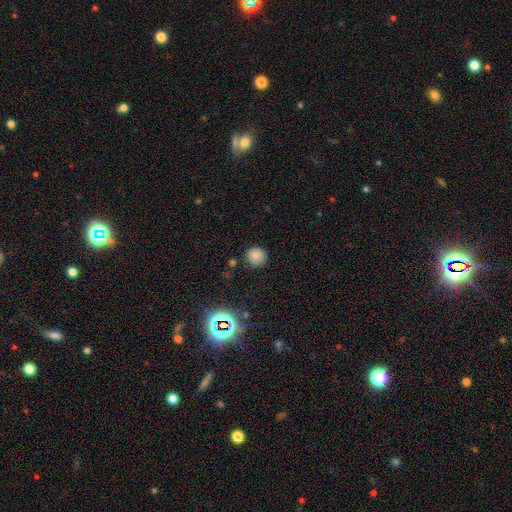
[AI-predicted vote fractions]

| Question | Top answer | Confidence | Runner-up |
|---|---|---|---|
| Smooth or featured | smooth | 81% | star or artifact (14%) |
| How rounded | round | 92% | in between (7%) |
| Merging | none | 86% | minor disturbance (9%) |